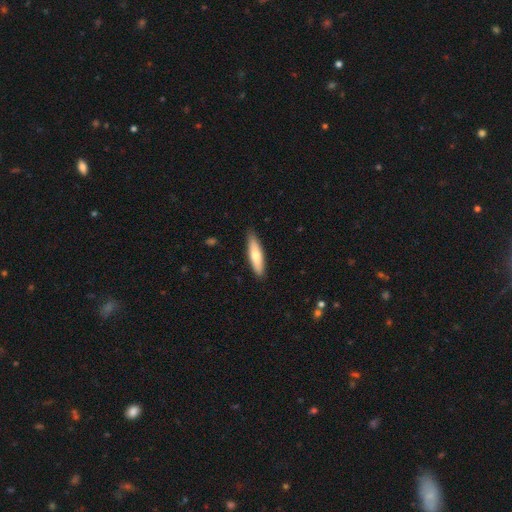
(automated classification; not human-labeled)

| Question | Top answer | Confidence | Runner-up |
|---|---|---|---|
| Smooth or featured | smooth | 69% | featured or disk (25%) |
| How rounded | cigar-shaped | 71% | in between (27%) |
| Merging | none | 86% | minor disturbance (11%) |